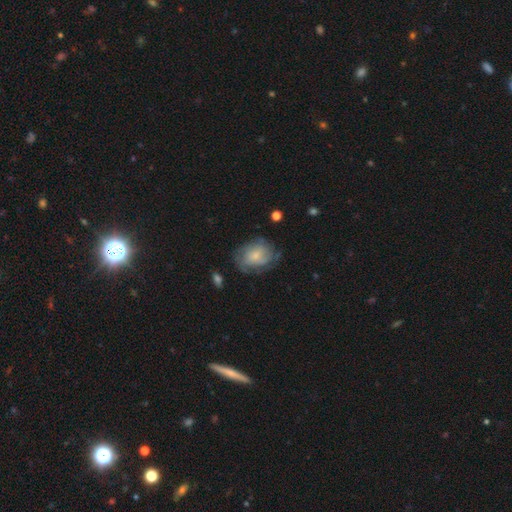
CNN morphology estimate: type=smooth (51%); roundness=in between (60%); merging=none (57%).